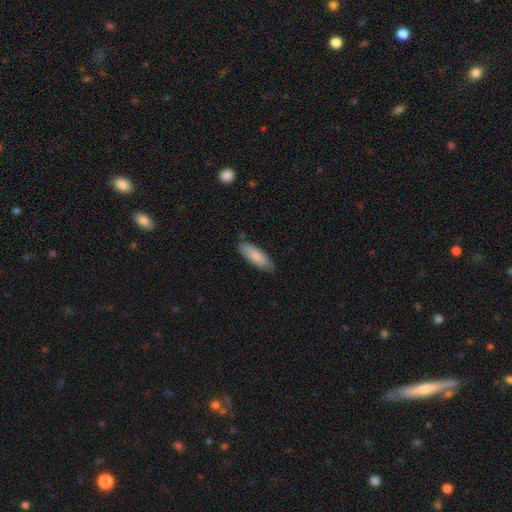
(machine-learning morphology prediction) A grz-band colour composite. It shows a smooth galaxy with no disk features (82%) that is in between round and cigar-shaped (62%). Merging: none (79%).